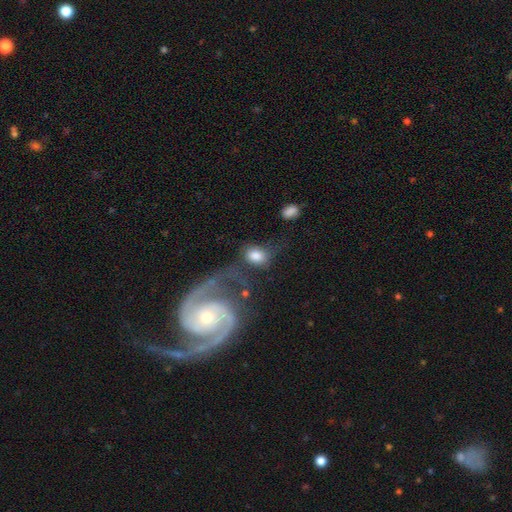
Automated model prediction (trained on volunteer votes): Smooth or featured?
  - smooth: 71% *
  - featured or disk: 21%
  - star or artifact: 8%
How rounded?
  - in between: 63% *
  - round: 35%
  - cigar-shaped: 2%
Merging?
  - none: 43% *
  - major disturbance: 20%
  - minor disturbance: 19%
  - merger: 17%